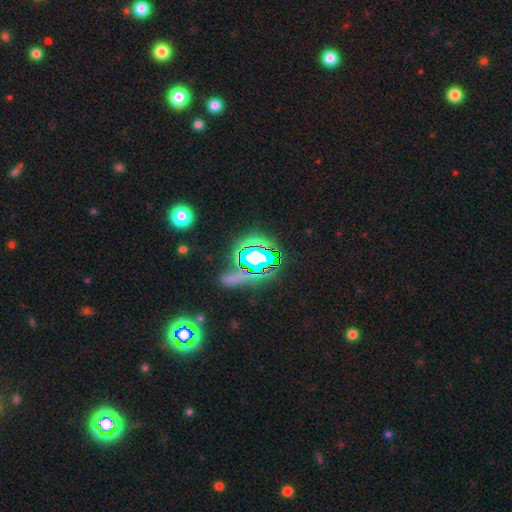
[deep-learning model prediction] Smooth or featured: star or artifact — 62% (smooth — 22%)